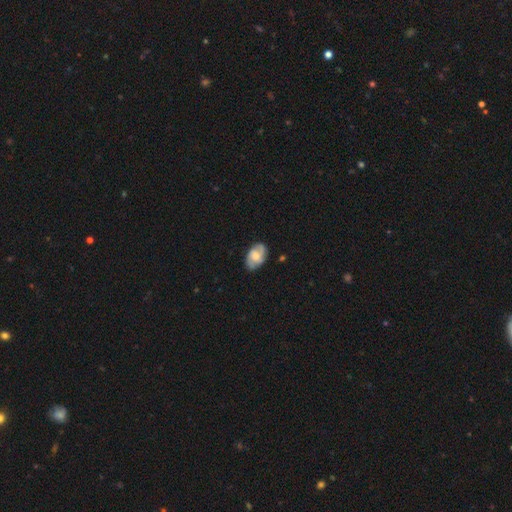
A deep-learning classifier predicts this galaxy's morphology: This is likely a featured or disk galaxy (64%). It is clearly not viewed edge-on (96%). Bar: possibly no (54%). Spiral arm pattern: clearly yes (91%). Spiral arm count: likely 2 (62%). Spiral winding: possibly medium (47%). Central bulge: possibly moderate (49%). Merging: likely none (78%).